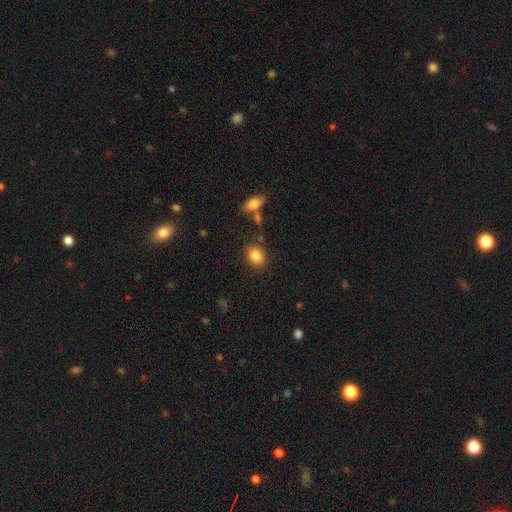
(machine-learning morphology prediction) This is clearly a smooth galaxy (84%). How rounded: possibly in between (59%). Merging: clearly none (82%).